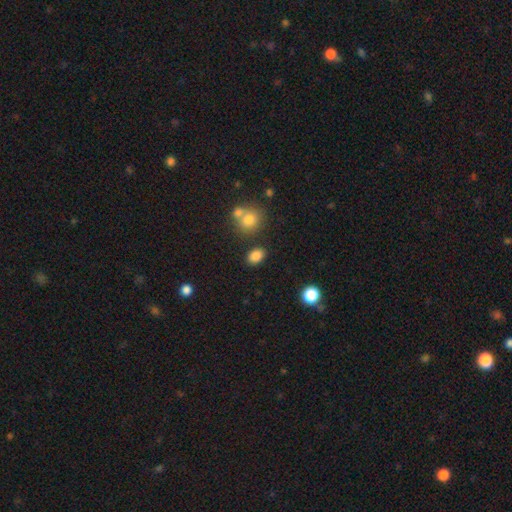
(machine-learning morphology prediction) The model was most divided on "how rounded": in between: 77%, round: 21%, cigar-shaped: 1%. More confident: smooth or featured — smooth (85%); merging — none (80%).